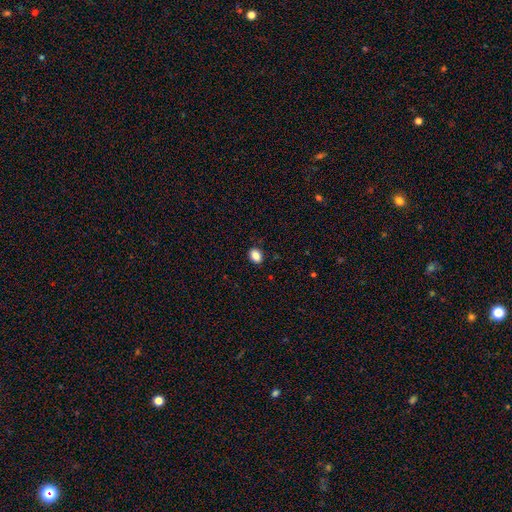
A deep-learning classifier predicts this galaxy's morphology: smooth 87%, star or artifact 9%, featured or disk 4%. Down the decision tree: how rounded — in between (69%); merging — none (89%).